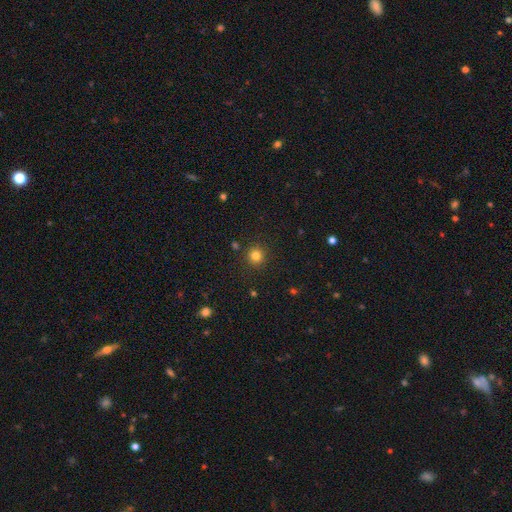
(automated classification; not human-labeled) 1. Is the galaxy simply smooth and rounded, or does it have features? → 81% smooth, 14% star or artifact, 5% featured or disk.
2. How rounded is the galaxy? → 93% round, 6% in between, 1% cigar-shaped.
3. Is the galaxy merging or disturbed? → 90% none, 6% minor disturbance, 2% major disturbance, 2% merger.